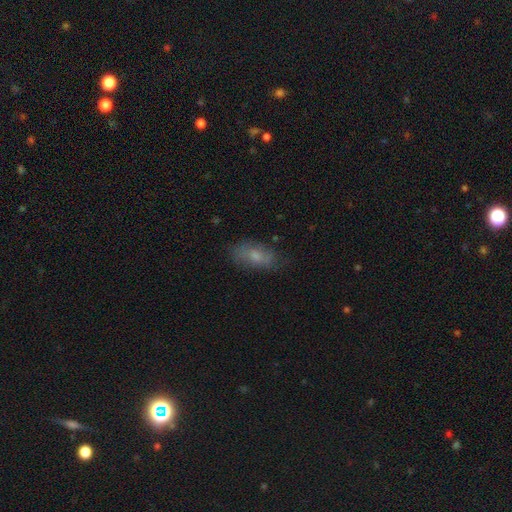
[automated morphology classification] smooth 65%, featured or disk 26%, star or artifact 9%. Down the decision tree: how rounded — in between (87%); merging — none (70%).